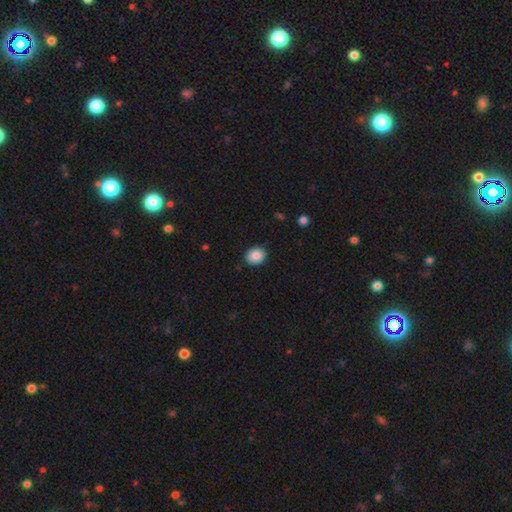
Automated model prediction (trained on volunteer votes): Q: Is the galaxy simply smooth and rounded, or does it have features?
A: smooth — 88%.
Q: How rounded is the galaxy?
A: round — 59%.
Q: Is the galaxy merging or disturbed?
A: none — 87%.